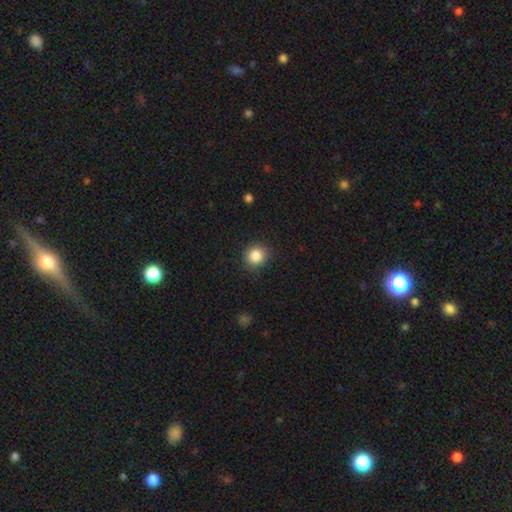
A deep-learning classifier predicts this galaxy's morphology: Smooth or featured?
  - smooth: 86% *
  - star or artifact: 10%
  - featured or disk: 4%
How rounded?
  - round: 87% *
  - in between: 12%
  - cigar-shaped: 1%
Merging?
  - none: 88% *
  - minor disturbance: 8%
  - major disturbance: 2%
  - merger: 1%